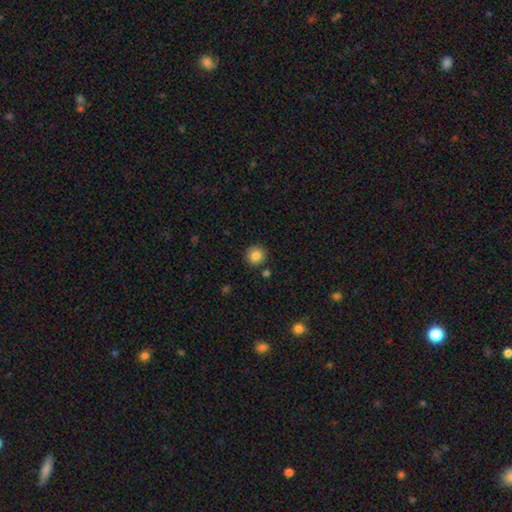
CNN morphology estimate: Smooth or featured?
  - smooth: 85% *
  - star or artifact: 10%
  - featured or disk: 6%
How rounded?
  - round: 93% *
  - in between: 6%
  - cigar-shaped: 1%
Merging?
  - none: 89% *
  - minor disturbance: 6%
  - merger: 3%
  - major disturbance: 2%